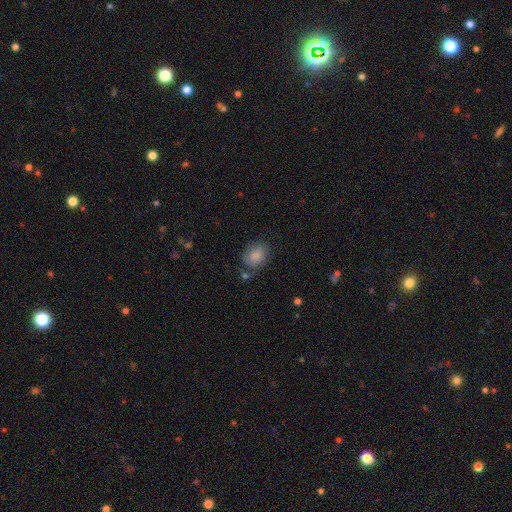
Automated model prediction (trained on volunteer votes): Q: Smooth or featured?
A: smooth (77%); runner-up: featured or disk (15%)
Q: How rounded?
A: in between (60%); runner-up: round (39%)
Q: Merging?
A: none (62%); runner-up: minor disturbance (23%)